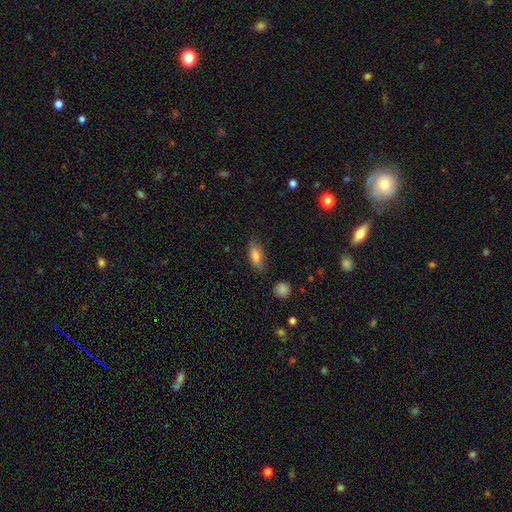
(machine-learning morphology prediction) smooth 81%, featured or disk 11%, star or artifact 8%. Down the decision tree: how rounded — in between (80%); merging — none (83%).